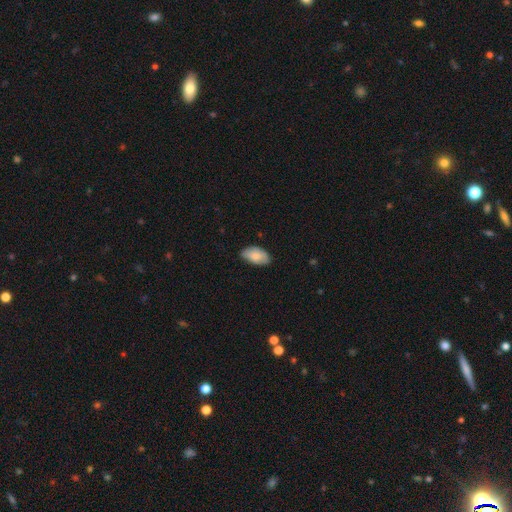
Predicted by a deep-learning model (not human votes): The model was most divided on "merging": none: 73%, minor disturbance: 23%, major disturbance: 3%, merger: 1%. More confident: how rounded — in between (94%); smooth or featured — smooth (81%).